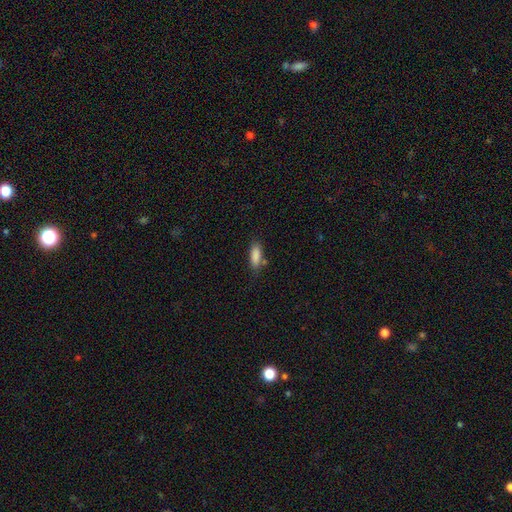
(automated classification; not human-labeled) A smooth galaxy with no disk features (87%) that is in between round and cigar-shaped (71%).

Vote fractions:
- Smooth or featured? smooth: 87% / star or artifact: 7% / featured or disk: 6%
- How rounded? in between: 71% / cigar-shaped: 27% / round: 2%
- Merging? none: 72% / minor disturbance: 18% / merger: 6% / major disturbance: 4%